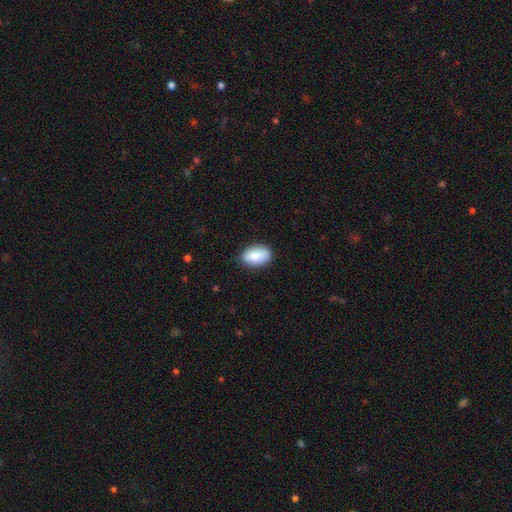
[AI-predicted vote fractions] Smooth or featured: smooth — 83% (featured or disk — 10%)
How rounded: in between — 90% (round — 8%)
Merging: none — 82% (minor disturbance — 14%)